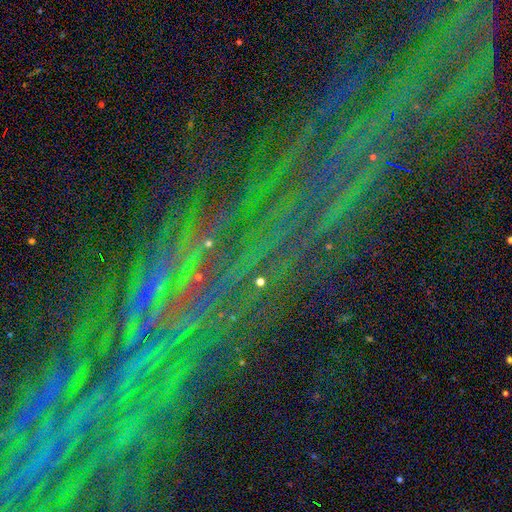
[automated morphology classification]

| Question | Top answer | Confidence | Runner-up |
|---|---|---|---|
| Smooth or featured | star or artifact | 81% | featured or disk (11%) |